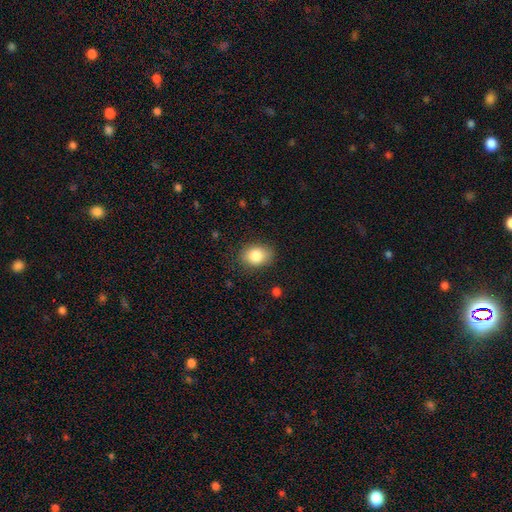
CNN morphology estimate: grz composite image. It shows a smooth galaxy with no disk features (85%) that is in between round and cigar-shaped (70%). Merging: none (82%).